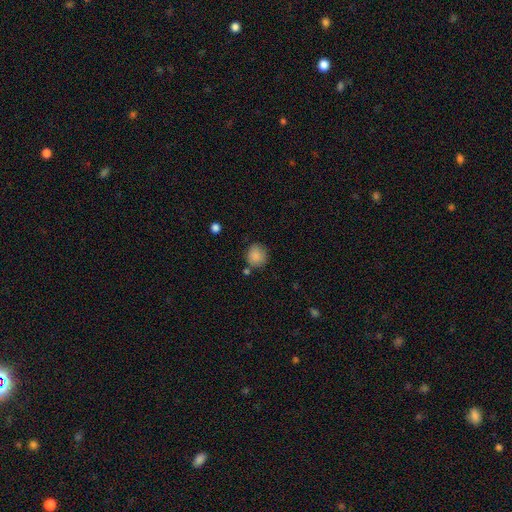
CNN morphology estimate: smooth 87%, star or artifact 9%, featured or disk 4%. Down the decision tree: how rounded — round (84%); merging — none (74%).